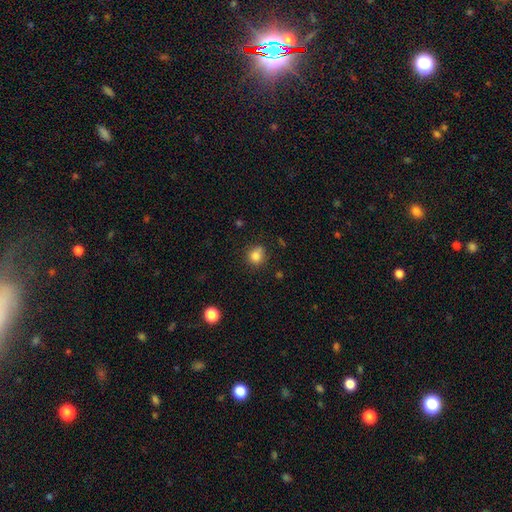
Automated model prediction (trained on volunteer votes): smooth-or-featured: smooth: 82% | star or artifact: 11% | featured or disk: 6%
  how-rounded: round: 81% | in between: 18% | cigar-shaped: 1%
  merging: none: 69% | minor disturbance: 20% | merger: 6% | major disturbance: 5%